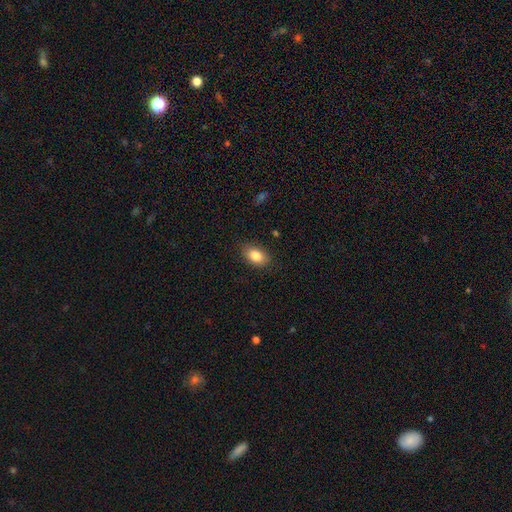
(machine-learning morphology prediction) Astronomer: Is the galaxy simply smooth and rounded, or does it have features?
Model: smooth — 85%.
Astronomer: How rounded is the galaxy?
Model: in between — 90%.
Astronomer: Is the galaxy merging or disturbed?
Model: none — 85%.